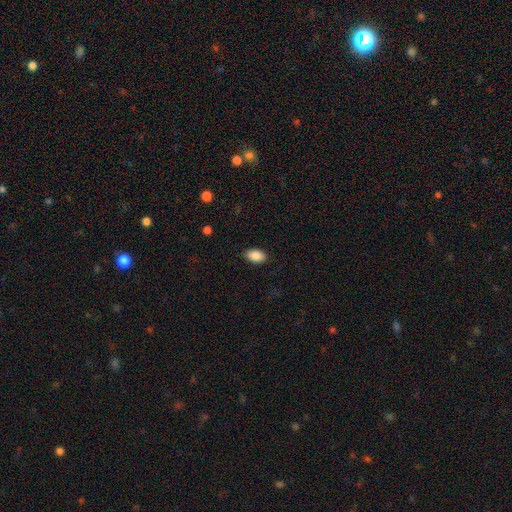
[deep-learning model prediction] A smooth galaxy with no disk features (89%) that is in between round and cigar-shaped (91%). Merging: none (87%).